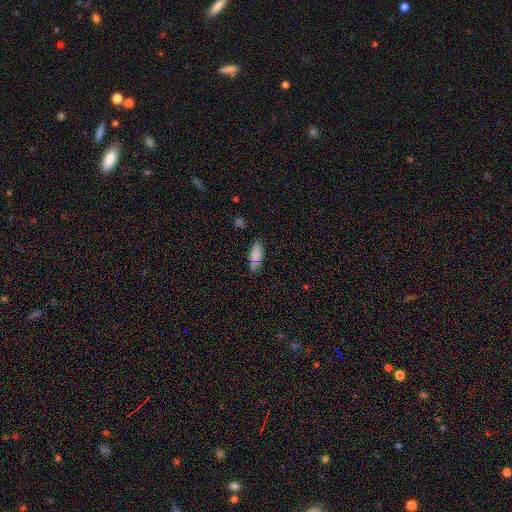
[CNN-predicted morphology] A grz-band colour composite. It shows a smooth galaxy with no disk features (80%) that is in between round and cigar-shaped (84%). Merging: none (76%).